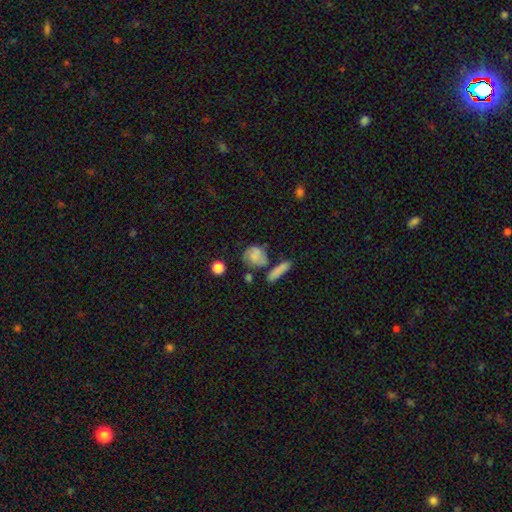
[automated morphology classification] smooth-or-featured: smooth: 64% | featured or disk: 27% | star or artifact: 9%
  how-rounded: round: 63% | in between: 31% | cigar-shaped: 6%
  merging: none: 52% | minor disturbance: 21% | merger: 16% | major disturbance: 11%